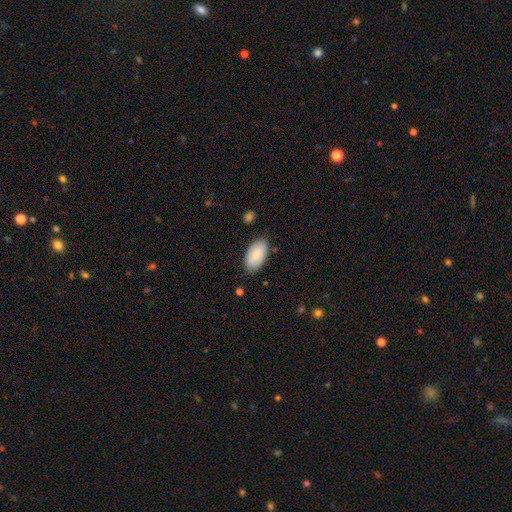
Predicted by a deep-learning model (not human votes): Overall: smooth (85%). How rounded: in between (95%). Merging: none (83%).